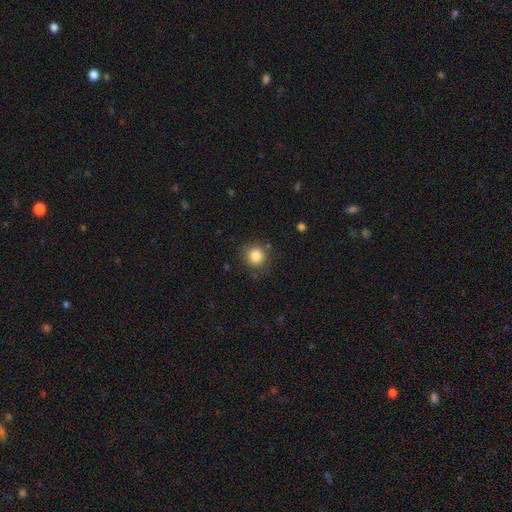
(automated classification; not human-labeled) Smooth or featured: smooth — 84% (star or artifact — 11%)
How rounded: round — 91% (in between — 8%)
Merging: none — 84% (minor disturbance — 11%)